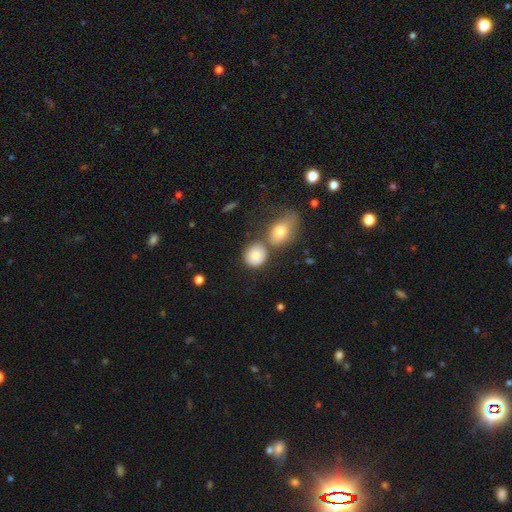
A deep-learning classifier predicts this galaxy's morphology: Q: Smooth or featured?
A: smooth (81%); runner-up: featured or disk (10%)
Q: How rounded?
A: round (77%); runner-up: in between (22%)
Q: Merging?
A: none (55%); runner-up: merger (28%)